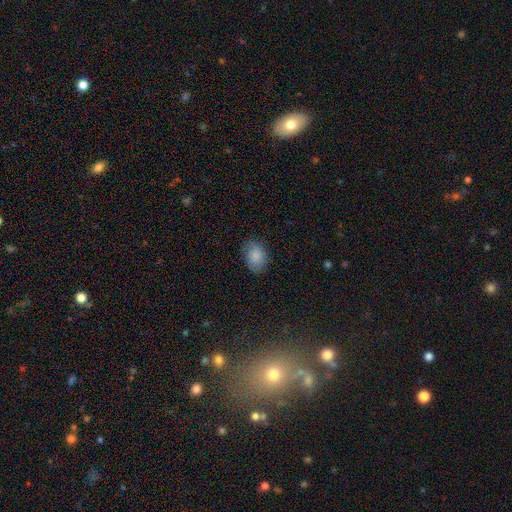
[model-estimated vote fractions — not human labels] Smooth or featured: smooth — 85% (featured or disk — 8%)
How rounded: in between — 70% (round — 29%)
Merging: none — 80% (minor disturbance — 15%)